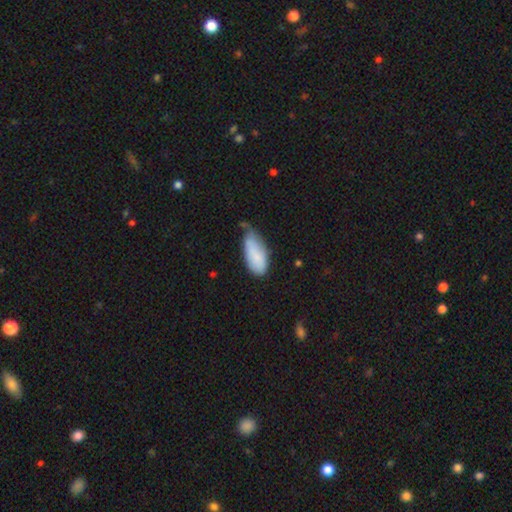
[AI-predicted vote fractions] Smooth or featured: smooth — 82% (featured or disk — 12%)
How rounded: in between — 89% (cigar-shaped — 9%)
Merging: minor disturbance — 49% (none — 30%)